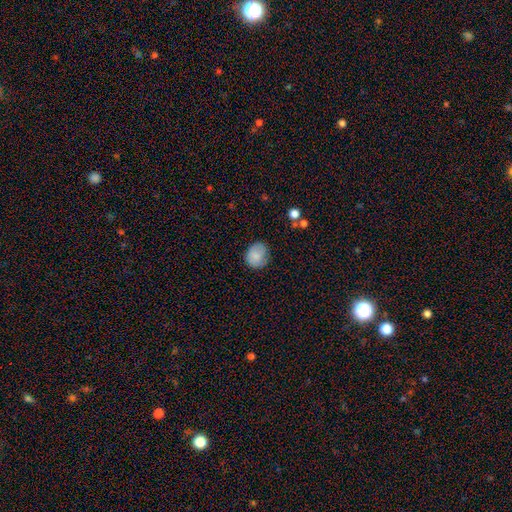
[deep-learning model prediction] This is clearly a smooth galaxy (82%). How rounded: likely round (71%). Merging: likely none (71%).